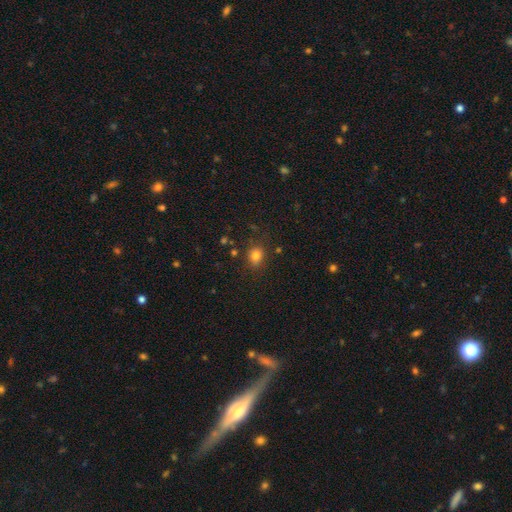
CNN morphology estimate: type=smooth (80%); roundness=round (63%); merging=none (81%).